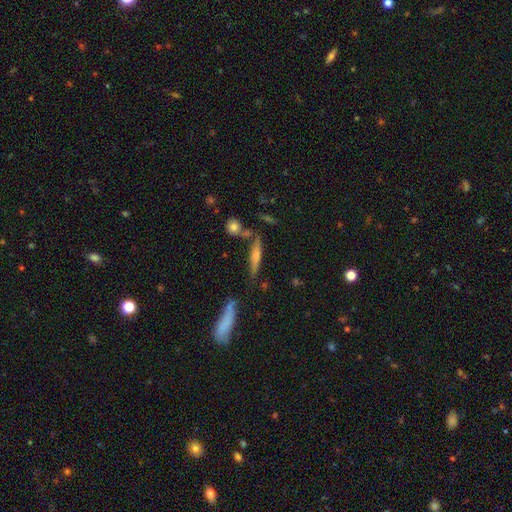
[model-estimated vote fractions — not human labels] smooth-or-featured: featured or disk: 52% | smooth: 39% | star or artifact: 9%
  disk-edge-on: yes: 91% | no: 9%
  merging: none: 70% | minor disturbance: 14% | merger: 11% | major disturbance: 4%